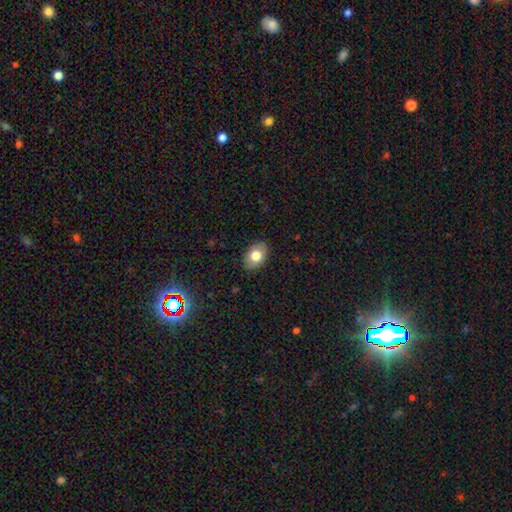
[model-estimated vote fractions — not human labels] A smooth galaxy with no disk features (79%) that is in between round and cigar-shaped (82%).

Vote fractions:
- Smooth or featured? smooth: 79% / featured or disk: 13% / star or artifact: 8%
- How rounded? in between: 82% / round: 17% / cigar-shaped: 1%
- Merging? none: 88% / minor disturbance: 9% / major disturbance: 2% / merger: 1%